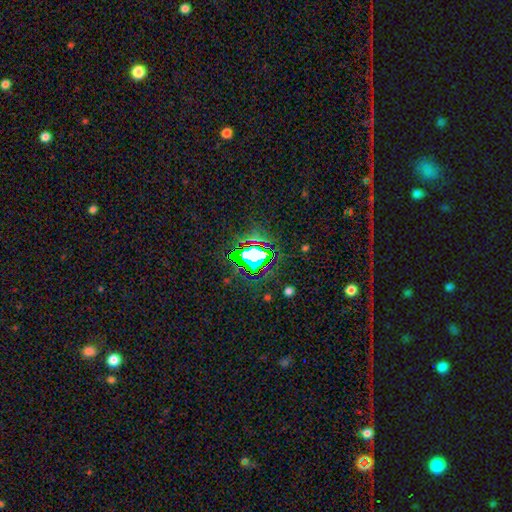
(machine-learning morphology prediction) A star or artifact, not a galaxy (65%).

Vote fractions:
- Smooth or featured? star or artifact: 65% / smooth: 21% / featured or disk: 13%